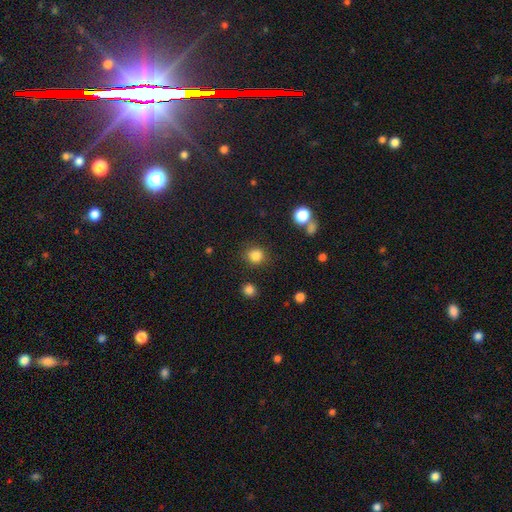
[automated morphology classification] type=smooth (84%); roundness=round (84%); merging=none (84%).